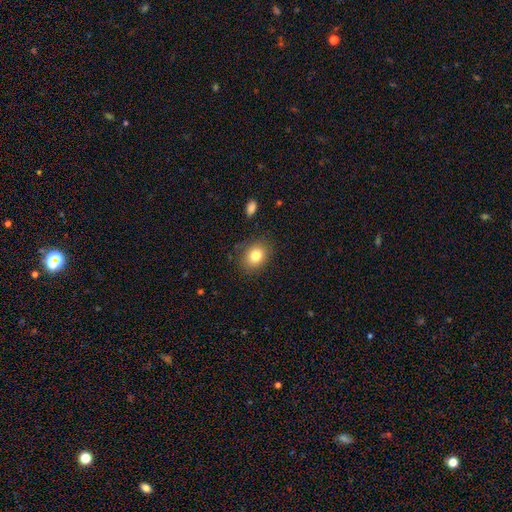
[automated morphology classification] smooth 81%, star or artifact 10%, featured or disk 9%. Down the decision tree: how rounded — in between (52%); merging — none (82%).